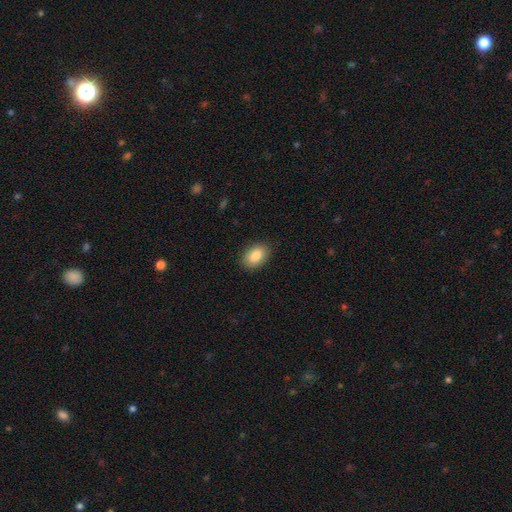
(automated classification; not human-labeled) Morphology: type=smooth (86%); roundness=in between (88%); merging=none (89%).